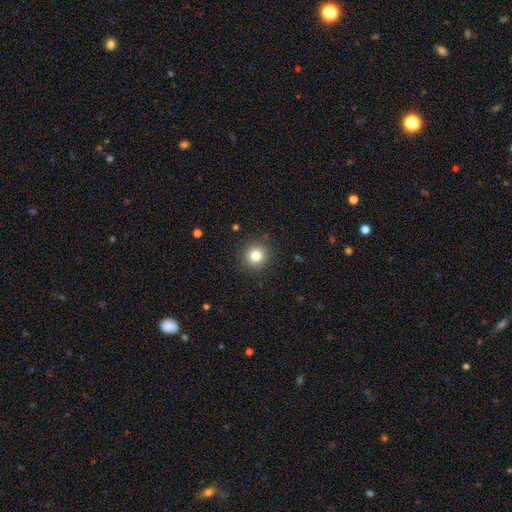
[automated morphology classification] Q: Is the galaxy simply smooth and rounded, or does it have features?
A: smooth — 81%.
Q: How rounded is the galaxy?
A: round — 93%.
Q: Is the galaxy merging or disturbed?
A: none — 90%.